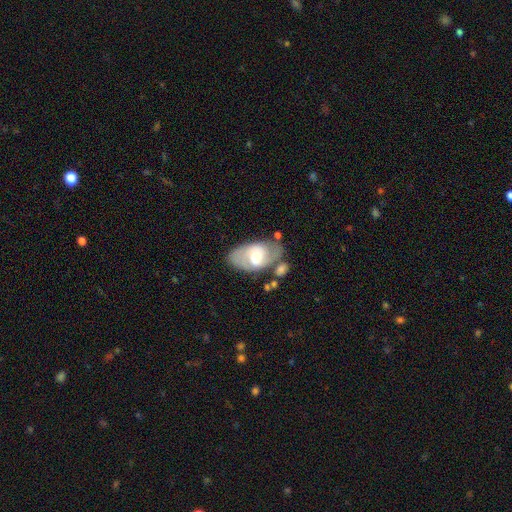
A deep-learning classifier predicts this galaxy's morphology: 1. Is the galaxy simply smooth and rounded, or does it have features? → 63% featured or disk, 31% smooth, 6% star or artifact.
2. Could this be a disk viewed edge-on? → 94% no, 6% yes.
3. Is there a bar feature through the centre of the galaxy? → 51% weak, 29% no, 20% strong.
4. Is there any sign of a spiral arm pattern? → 76% yes, 24% no.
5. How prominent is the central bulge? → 55% moderate, 30% small, 12% large, 2% none, 1% dominant.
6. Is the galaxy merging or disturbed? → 56% none, 21% minor disturbance, 13% merger, 10% major disturbance.